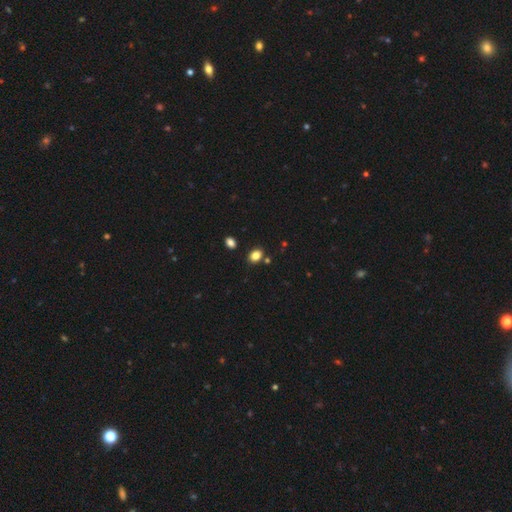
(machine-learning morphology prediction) A smooth galaxy with no disk features (84%) that is in between round and cigar-shaped (66%).

Vote fractions:
- Smooth or featured? smooth: 84% / star or artifact: 11% / featured or disk: 5%
- How rounded? in between: 66% / round: 33% / cigar-shaped: 1%
- Merging? none: 82% / minor disturbance: 9% / merger: 6% / major disturbance: 2%